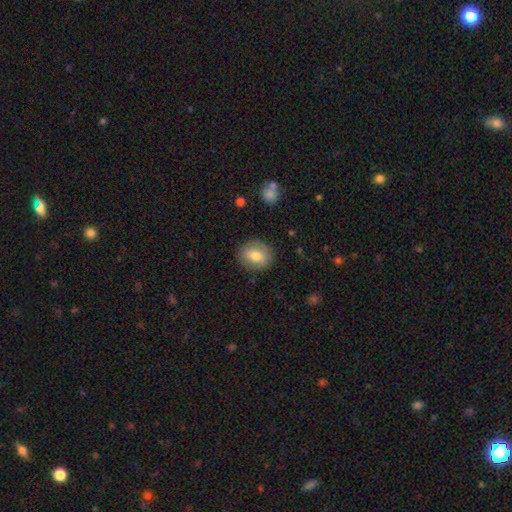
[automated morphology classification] Smooth or featured: smooth — 73% (featured or disk — 19%)
How rounded: round — 71% (in between — 28%)
Merging: none — 85% (minor disturbance — 10%)